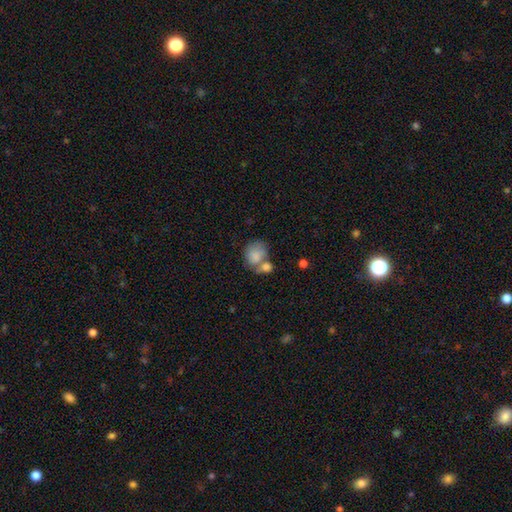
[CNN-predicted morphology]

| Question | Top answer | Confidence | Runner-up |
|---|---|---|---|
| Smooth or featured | smooth | 80% | featured or disk (13%) |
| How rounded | round | 57% | in between (42%) |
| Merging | merger | 46% | none (31%) |